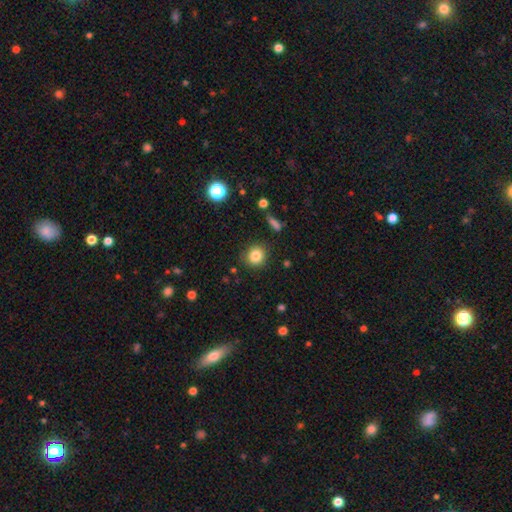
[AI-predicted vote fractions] Smooth or featured? Predicted: smooth (p=0.83). How rounded? Predicted: round (p=0.86). Merging? Predicted: none (p=0.87).